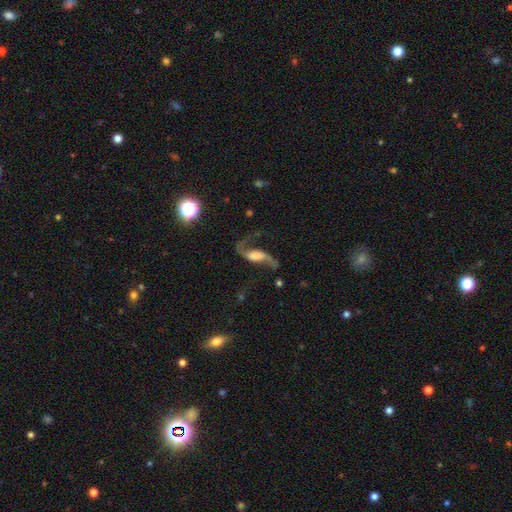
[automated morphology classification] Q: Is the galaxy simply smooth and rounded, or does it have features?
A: featured or disk — 83%.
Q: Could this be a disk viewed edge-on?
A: no — 93%.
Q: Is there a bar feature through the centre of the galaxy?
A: no — 42%.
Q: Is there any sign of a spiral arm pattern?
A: yes — 96%.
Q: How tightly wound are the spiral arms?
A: loose — 88%.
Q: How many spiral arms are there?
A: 2 — 93%.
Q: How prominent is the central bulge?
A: large — 31%.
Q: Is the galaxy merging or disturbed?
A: none — 66%.